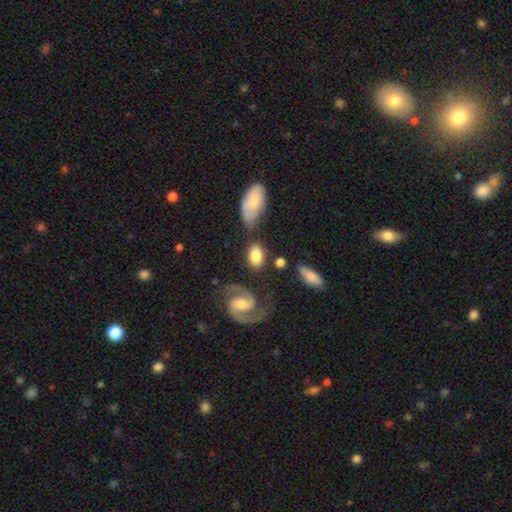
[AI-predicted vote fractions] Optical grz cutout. It shows a smooth galaxy with no disk features (71%) that is in between round and cigar-shaped (87%). Merging: none (62%).